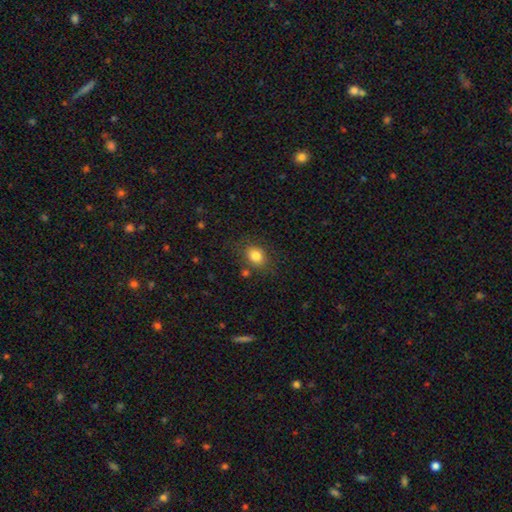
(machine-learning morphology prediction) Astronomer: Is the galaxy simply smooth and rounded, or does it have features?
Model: smooth — 82%.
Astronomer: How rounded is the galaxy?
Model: in between — 53% (runner-up: round, 46%).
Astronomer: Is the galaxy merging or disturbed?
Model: none — 77%.